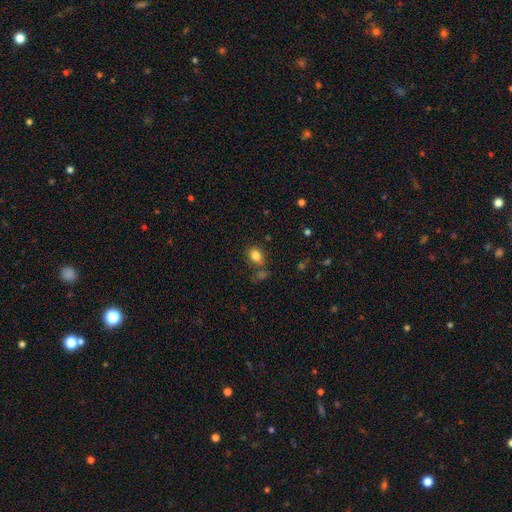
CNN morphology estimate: Smooth or featured: smooth — 83% (star or artifact — 11%)
How rounded: in between — 68% (round — 30%)
Merging: none — 70% (minor disturbance — 15%)